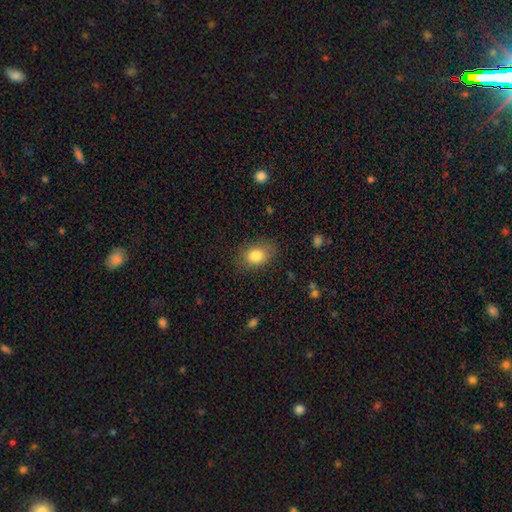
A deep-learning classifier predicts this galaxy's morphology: Smooth or featured?
  - smooth: 83% *
  - featured or disk: 9%
  - star or artifact: 8%
How rounded?
  - in between: 72% *
  - round: 27%
  - cigar-shaped: 1%
Merging?
  - none: 78% *
  - minor disturbance: 16%
  - major disturbance: 5%
  - merger: 1%